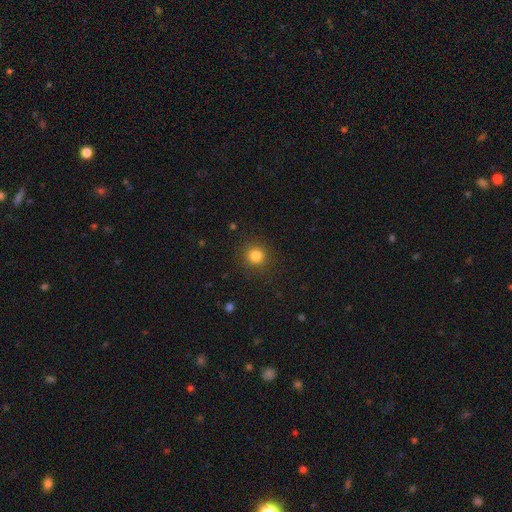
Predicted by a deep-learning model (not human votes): smooth-or-featured: smooth: 82% | star or artifact: 13% | featured or disk: 5%
  how-rounded: round: 92% | in between: 7% | cigar-shaped: 1%
  merging: none: 89% | minor disturbance: 7% | major disturbance: 3% | merger: 1%